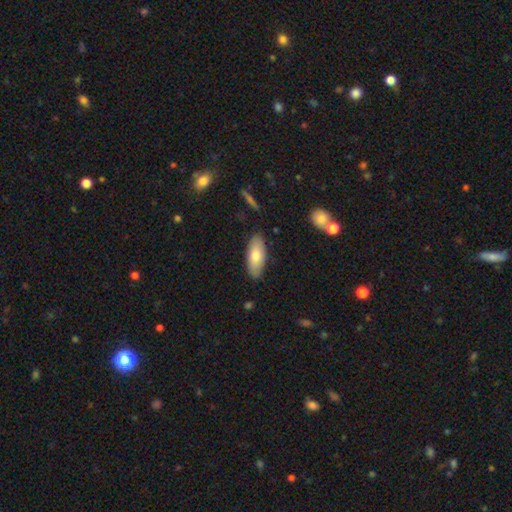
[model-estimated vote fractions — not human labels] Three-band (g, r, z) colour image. It shows a smooth galaxy with no disk features (74%) that is in between round and cigar-shaped (81%). Merging: none (85%).